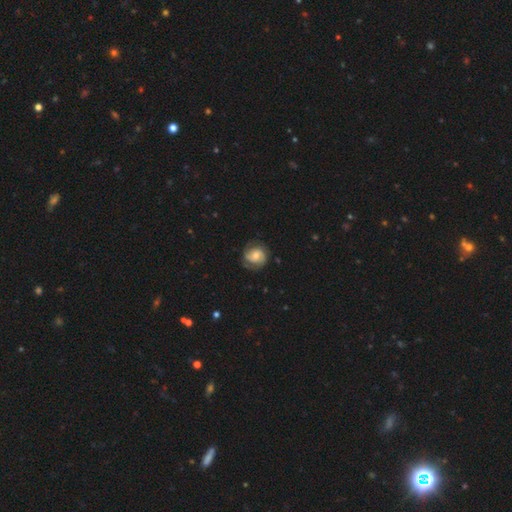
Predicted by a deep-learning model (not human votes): A featured or disk galaxy (66%) with no bar (59%), 2 (67%) tight (48%) spiral arms (90%) and a moderate central bulge (57%).

Vote fractions:
- Smooth or featured? featured or disk: 66% / smooth: 27% / star or artifact: 7%
- Edge-on disk? no: 98% / yes: 2%
- Bar? no: 59% / weak: 34% / strong: 8%
- Spiral arms? yes: 90% / no: 10%
- Spiral winding? tight: 48% / medium: 38% / loose: 14%
- Spiral arm count? 2: 67% / can't tell: 16% / 3: 8% / 1: 5% / 4: 2% / more than 4: 2%
- Bulge size? moderate: 57% / small: 34% / large: 6% / none: 2% / dominant: 1%
- Merging? none: 73% / minor disturbance: 19% / major disturbance: 8% / merger: 1%